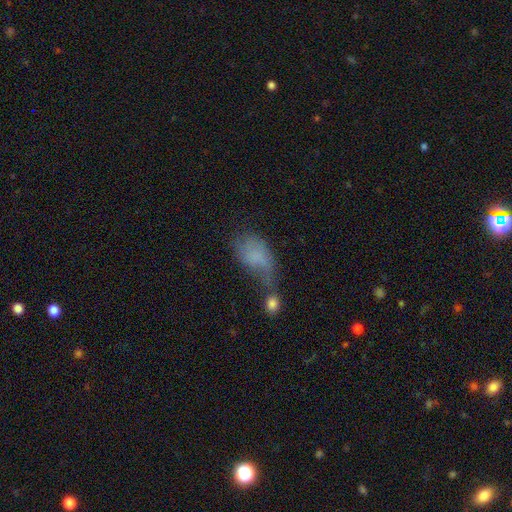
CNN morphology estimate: type=smooth (64%); roundness=in between (87%); merging=major disturbance (32%, tied with merger).